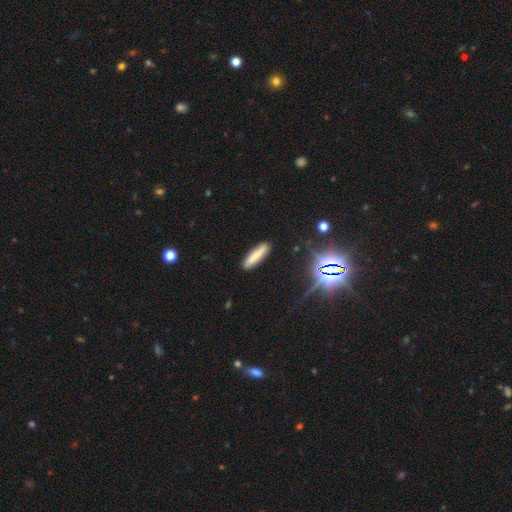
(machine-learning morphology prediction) This is likely a smooth galaxy (75%). How rounded: likely cigar-shaped (78%). Merging: clearly none (87%).